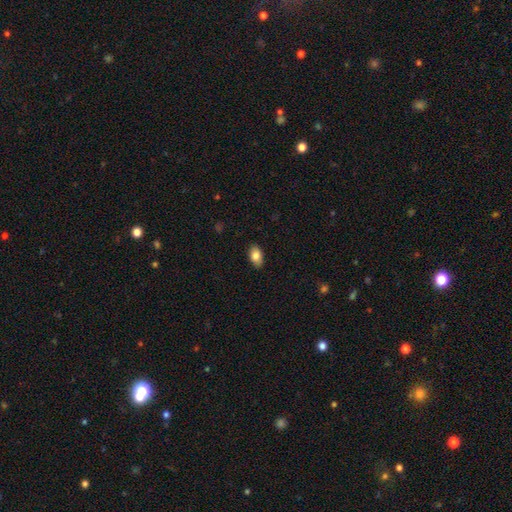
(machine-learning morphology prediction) Smooth or featured: smooth — 84% (featured or disk — 8%)
How rounded: in between — 91% (round — 7%)
Merging: none — 88% (minor disturbance — 9%)